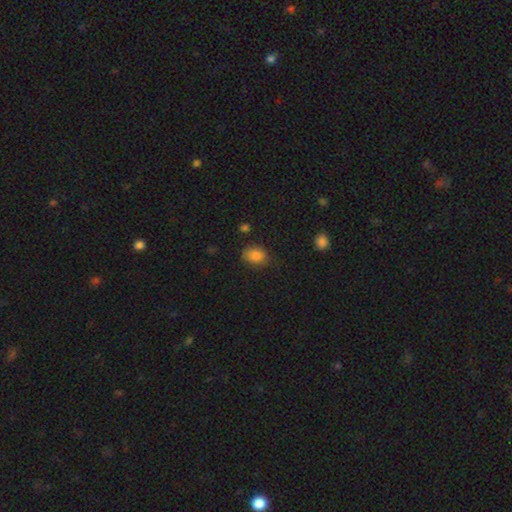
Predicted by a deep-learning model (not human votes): Smooth or featured? smooth (85%)
How rounded? in between (63%)
Merging? none (73%)